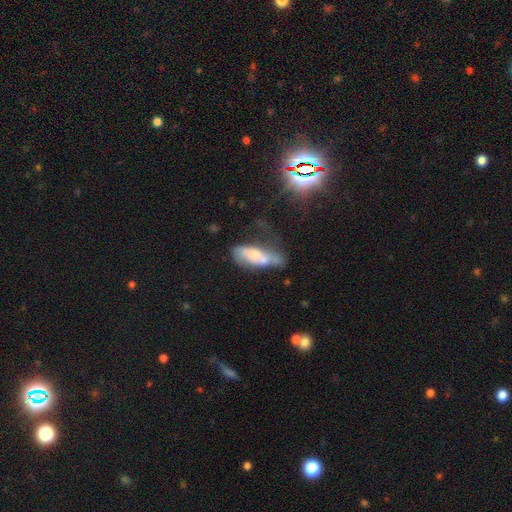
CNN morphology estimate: smooth_or_featured: smooth (p=0.56) [alt: featured or disk p=0.34]
how_rounded: in between (p=0.62) [alt: cigar-shaped p=0.36]
merging: none (p=0.30) [alt: minor disturbance p=0.27]